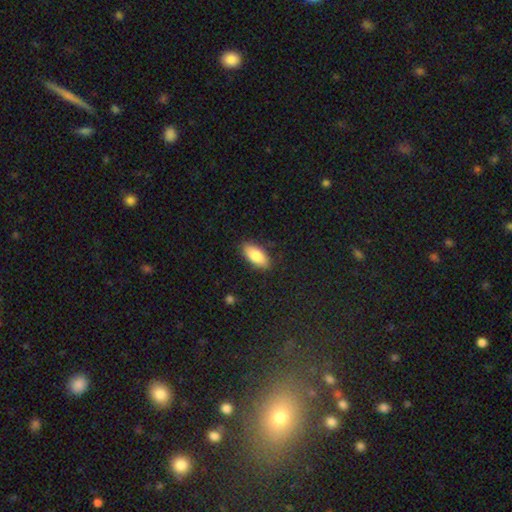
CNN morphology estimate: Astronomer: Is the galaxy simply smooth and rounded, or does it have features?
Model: smooth — 84%.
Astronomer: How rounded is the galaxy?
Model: in between — 90%.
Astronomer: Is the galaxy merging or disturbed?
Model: none — 86%.